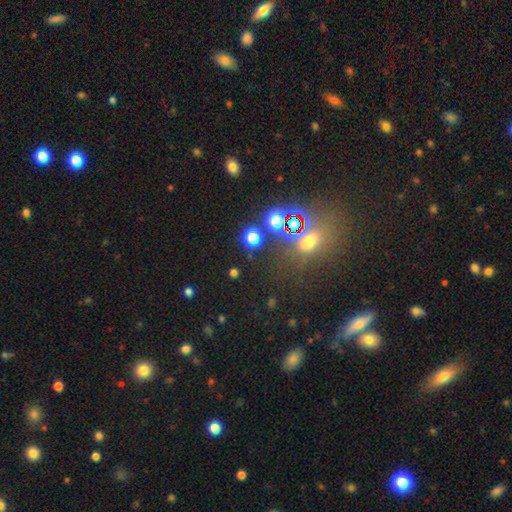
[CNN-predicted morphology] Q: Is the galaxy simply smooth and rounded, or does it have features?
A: star or artifact — 55%.